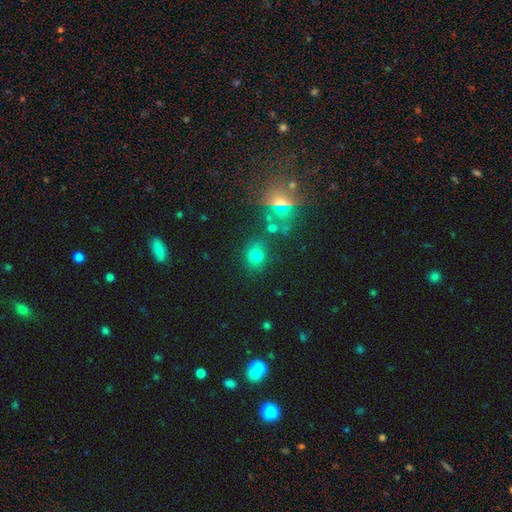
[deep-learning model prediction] Smooth or featured: smooth — 70% (star or artifact — 22%)
How rounded: round — 79% (in between — 20%)
Merging: none — 74% (minor disturbance — 11%)